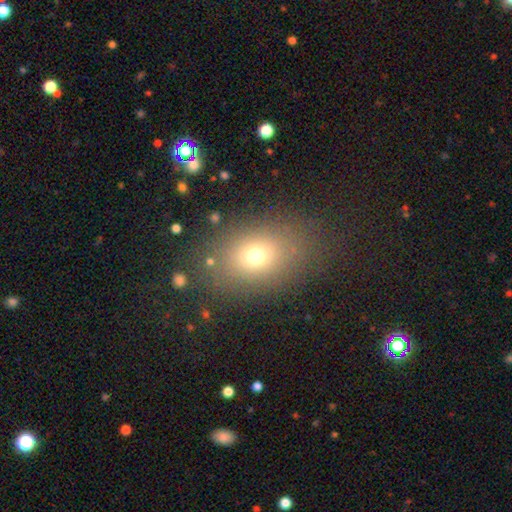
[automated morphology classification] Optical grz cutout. It shows a smooth galaxy with no disk features (70%) that is in between round and cigar-shaped (67%). Merging: none (80%).